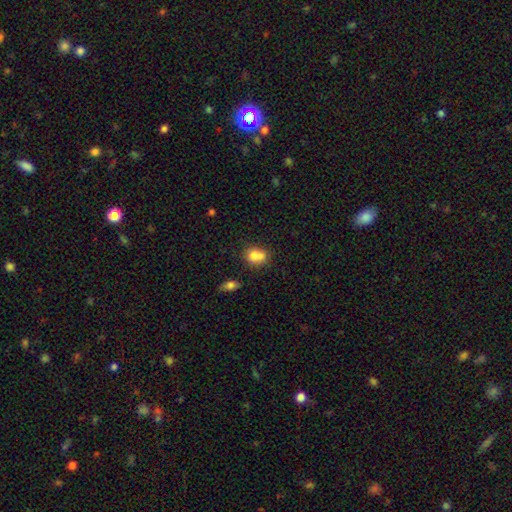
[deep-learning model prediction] This is likely a smooth galaxy (75%). How rounded: possibly round (51%). Merging: possibly merger (47%).